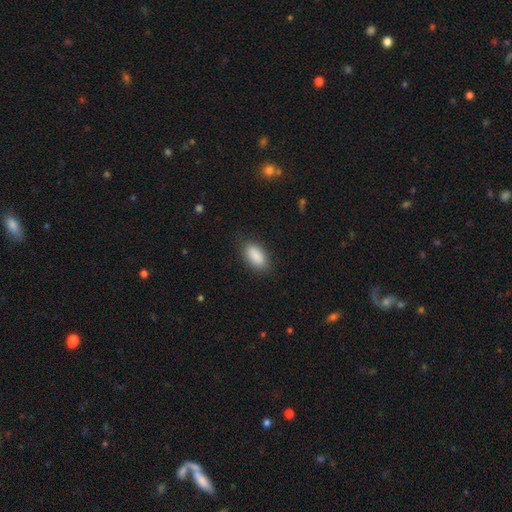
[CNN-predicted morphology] smooth_or_featured: smooth (p=0.89) [alt: star or artifact p=0.06]
how_rounded: in between (p=0.91) [alt: cigar-shaped p=0.06]
merging: none (p=0.84) [alt: minor disturbance p=0.12]